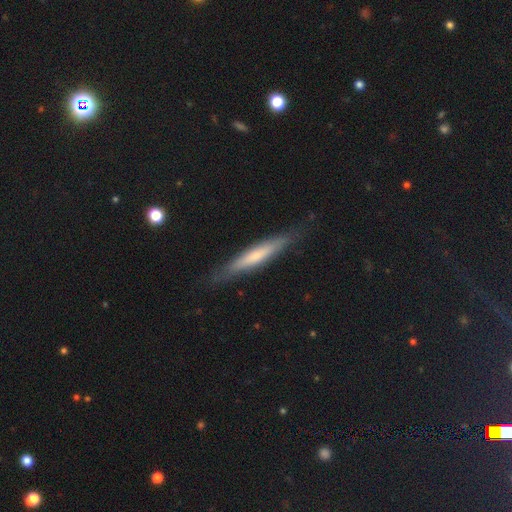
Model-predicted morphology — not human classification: type=smooth (55%); roundness=cigar-shaped (92%); merging=none (83%).